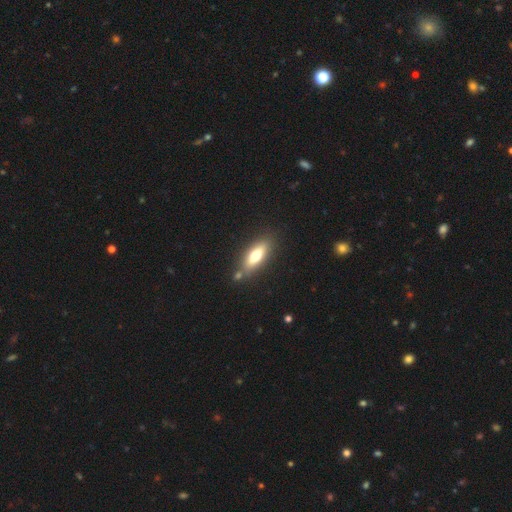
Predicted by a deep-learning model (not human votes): A smooth galaxy with no disk features (61%) that is in between round and cigar-shaped (59%).

Vote fractions:
- Smooth or featured? smooth: 61% / featured or disk: 32% / star or artifact: 7%
- How rounded? in between: 59% / cigar-shaped: 39% / round: 3%
- Merging? none: 76% / minor disturbance: 12% / merger: 9% / major disturbance: 3%